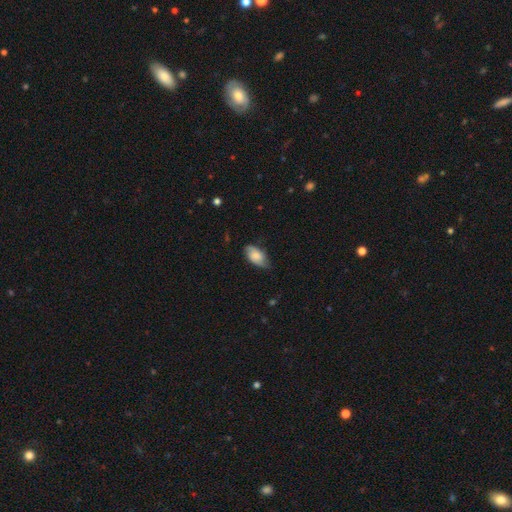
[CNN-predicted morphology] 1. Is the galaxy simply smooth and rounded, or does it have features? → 63% smooth, 29% featured or disk, 8% star or artifact.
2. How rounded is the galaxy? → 92% in between, 5% round, 4% cigar-shaped.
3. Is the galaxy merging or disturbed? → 66% none, 27% minor disturbance, 6% major disturbance, 1% merger.